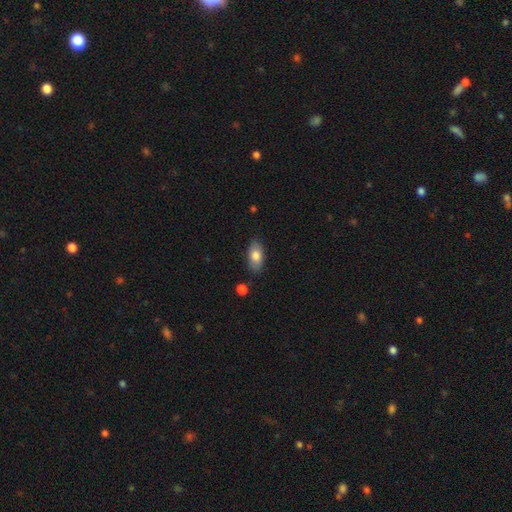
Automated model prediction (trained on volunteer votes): Smooth or featured? Predicted: smooth (p=0.80). How rounded? Predicted: in between (p=0.91). Merging? Predicted: none (p=0.83).